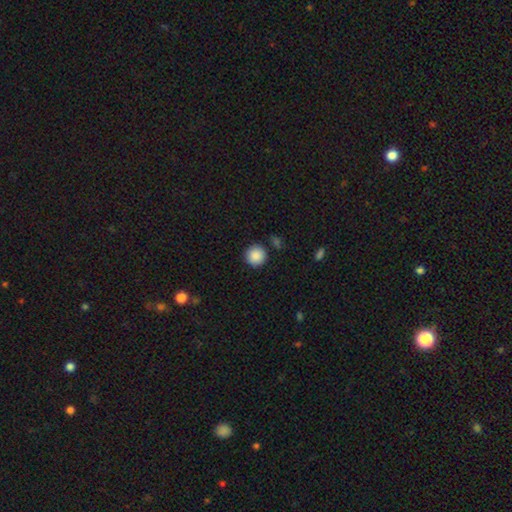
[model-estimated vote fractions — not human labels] Q: Smooth or featured?
A: smooth (88%); runner-up: star or artifact (8%)
Q: How rounded?
A: round (95%); runner-up: in between (4%)
Q: Merging?
A: none (88%); runner-up: minor disturbance (7%)